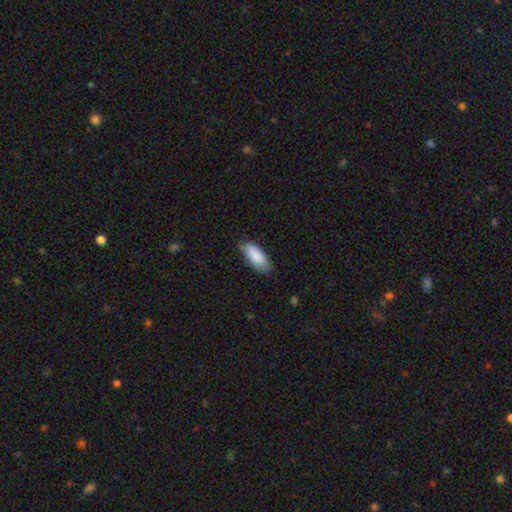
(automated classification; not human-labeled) A smooth galaxy with no disk features (87%) that is in between round and cigar-shaped (86%).

Vote fractions:
- Smooth or featured? smooth: 87% / featured or disk: 7% / star or artifact: 6%
- How rounded? in between: 86% / cigar-shaped: 12% / round: 2%
- Merging? none: 70% / minor disturbance: 25% / major disturbance: 4% / merger: 1%